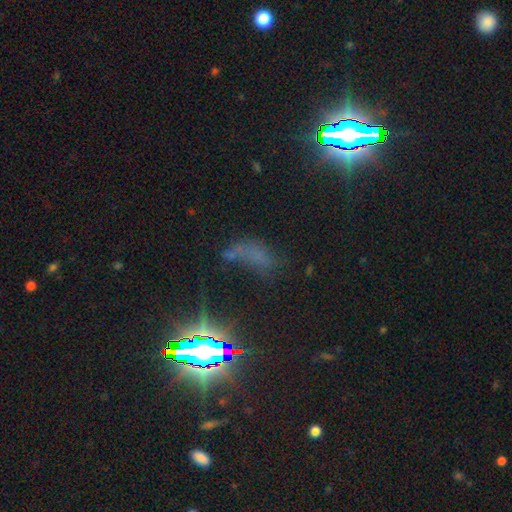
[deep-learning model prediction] smooth-or-featured: star or artifact: 54% | smooth: 28% | featured or disk: 19%